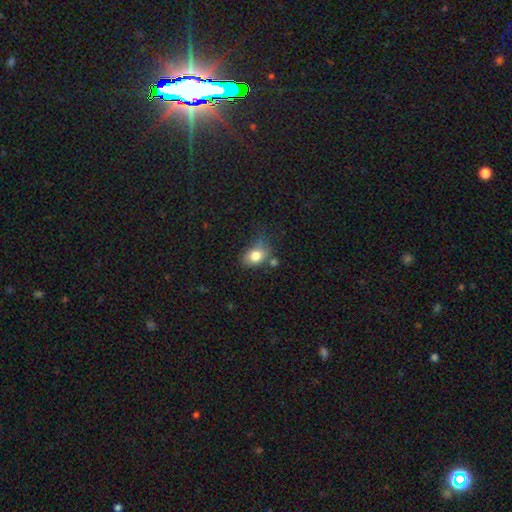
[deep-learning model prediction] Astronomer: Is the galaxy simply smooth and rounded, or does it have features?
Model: smooth — 80%.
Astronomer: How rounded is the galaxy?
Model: in between — 64%.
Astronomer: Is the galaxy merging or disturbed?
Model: none — 47% (runner-up: minor disturbance, 30%).